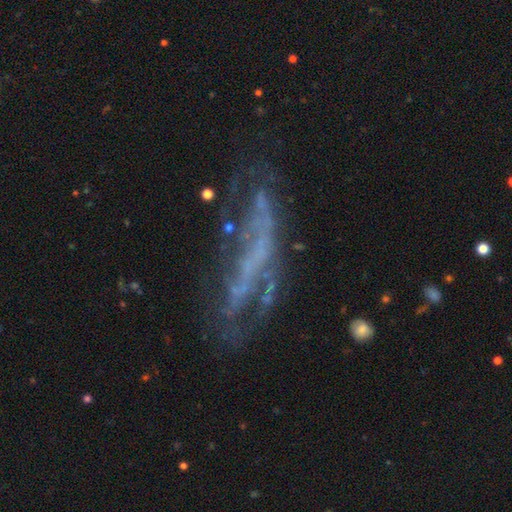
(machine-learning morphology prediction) smooth-or-featured: featured or disk: 69% | smooth: 18% | star or artifact: 14%
  disk-edge-on: no: 79% | yes: 21%
    bar: no: 64% | weak: 20% | strong: 16%
    has-spiral-arms: no: 60% | yes: 40%
    bulge-size: none: 71% | small: 19% | moderate: 7% | large: 2% | dominant: 1%
  merging: none: 45% | major disturbance: 27% | minor disturbance: 21% | merger: 6%